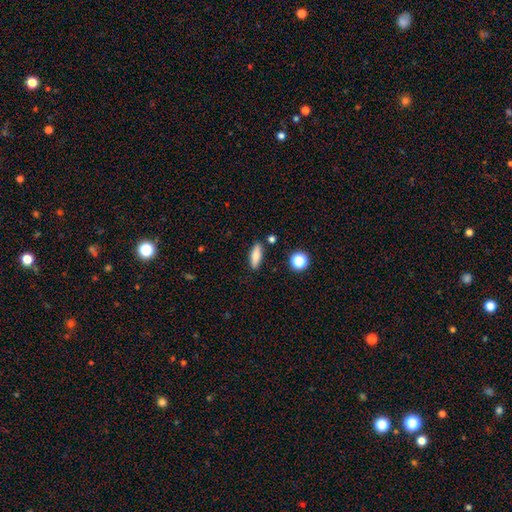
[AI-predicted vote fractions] Smooth or featured? Predicted: smooth (p=0.78). How rounded? Predicted: in between (p=0.51). Merging? Predicted: none (p=0.85).